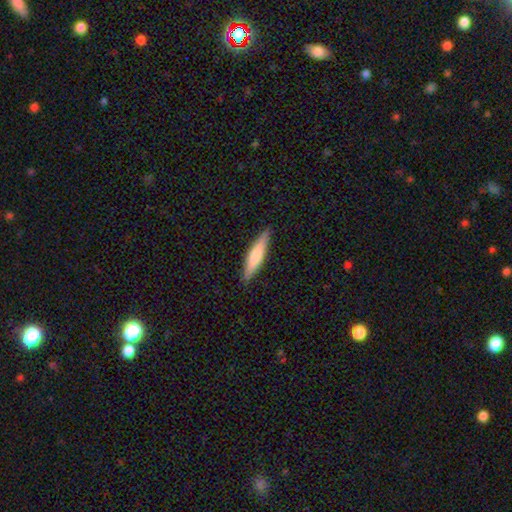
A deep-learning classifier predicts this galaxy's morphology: Smooth or featured? Predicted: smooth (p=0.64). How rounded? Predicted: cigar-shaped (p=0.83). Merging? Predicted: none (p=0.89).